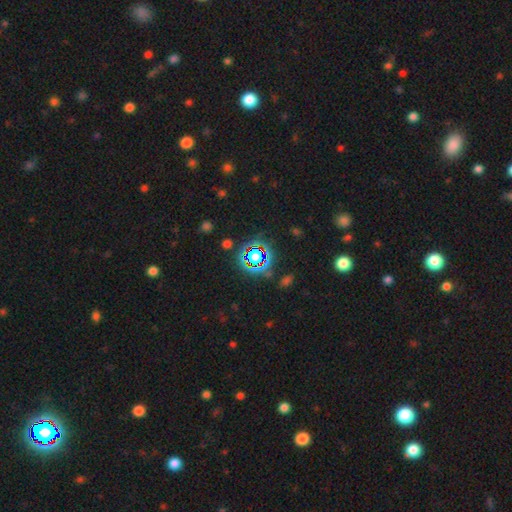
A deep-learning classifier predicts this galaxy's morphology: smooth_or_featured: star or artifact (p=0.68) [alt: smooth p=0.21]